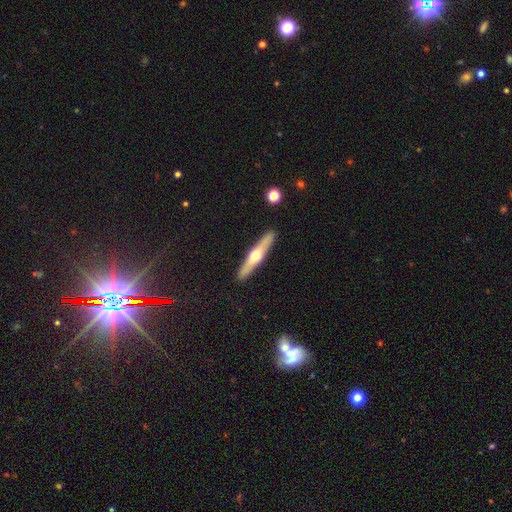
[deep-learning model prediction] The model was most divided on "smooth or featured": featured or disk: 61%, smooth: 34%, star or artifact: 5%. More confident: edge-on disk — yes (94%); edge-on bulge — rounded (92%); merging — none (91%).